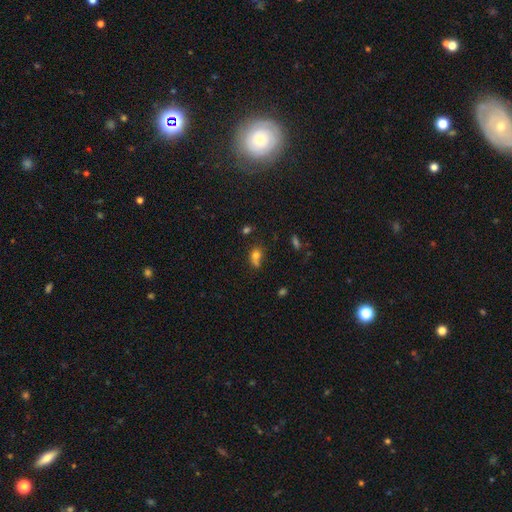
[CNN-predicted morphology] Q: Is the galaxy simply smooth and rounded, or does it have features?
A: smooth — 70%.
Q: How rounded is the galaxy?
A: in between — 60%.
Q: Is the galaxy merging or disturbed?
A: none — 39%.